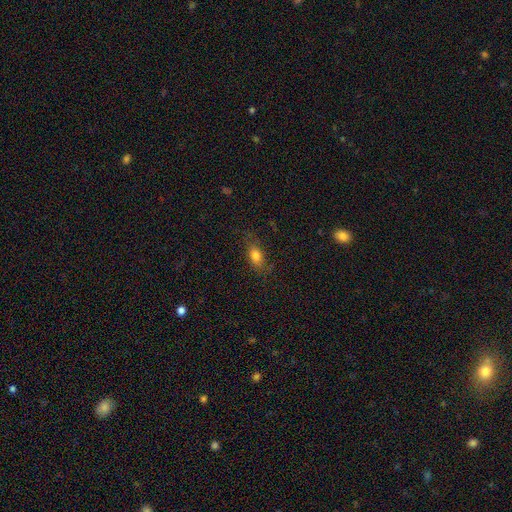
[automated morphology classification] This is likely a smooth galaxy (78%). How rounded: likely in between (79%). Merging: likely none (76%).